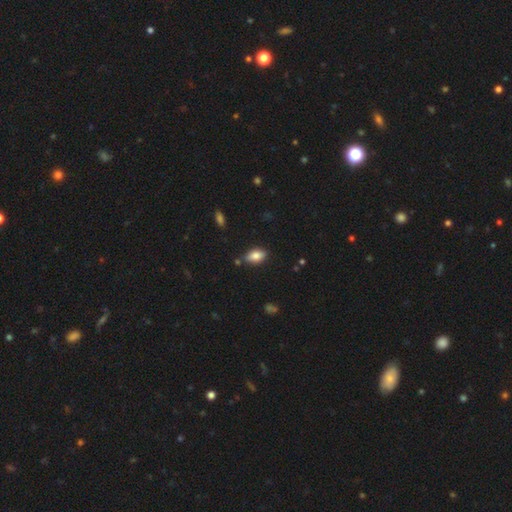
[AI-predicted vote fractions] Smooth or featured?
  - smooth: 81% *
  - featured or disk: 11%
  - star or artifact: 8%
How rounded?
  - in between: 90% *
  - cigar-shaped: 5%
  - round: 5%
Merging?
  - none: 79% *
  - minor disturbance: 14%
  - merger: 4%
  - major disturbance: 3%